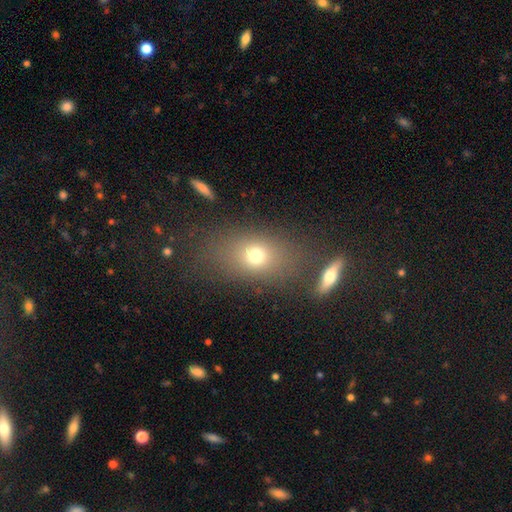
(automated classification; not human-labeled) Overall: smooth (70%). How rounded: in between (65%; round 31%). Merging: none (67%).